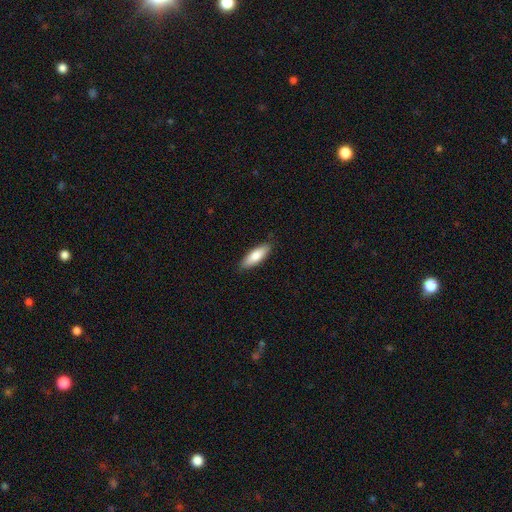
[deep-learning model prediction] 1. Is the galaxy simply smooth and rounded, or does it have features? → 79% smooth, 16% featured or disk, 6% star or artifact.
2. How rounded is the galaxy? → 56% in between, 42% cigar-shaped, 2% round.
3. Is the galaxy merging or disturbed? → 87% none, 10% minor disturbance, 2% major disturbance, 1% merger.